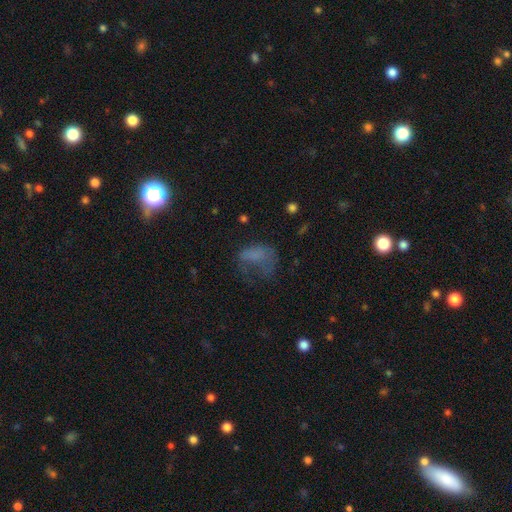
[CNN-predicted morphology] A smooth galaxy with no disk features (53%) that is in between round and cigar-shaped (77%). Merging: major disturbance (48%).